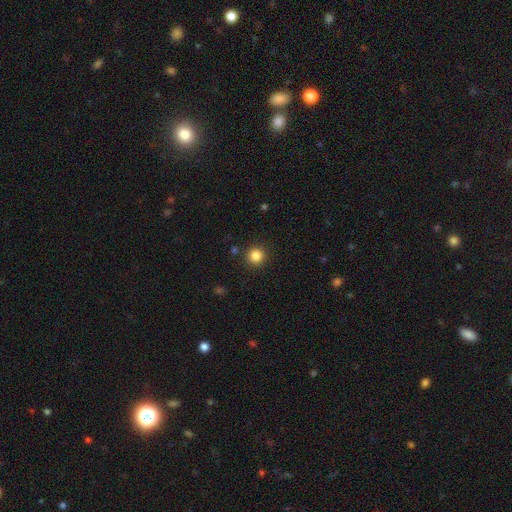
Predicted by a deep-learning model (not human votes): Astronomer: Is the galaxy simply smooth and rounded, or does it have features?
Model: smooth — 84%.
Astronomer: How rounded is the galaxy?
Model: round — 94%.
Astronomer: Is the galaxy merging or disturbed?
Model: none — 91%.